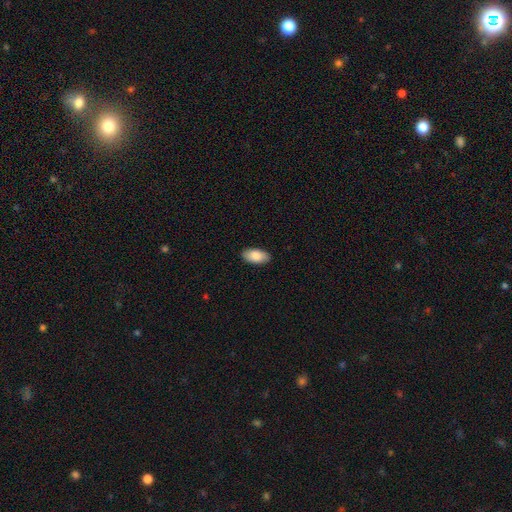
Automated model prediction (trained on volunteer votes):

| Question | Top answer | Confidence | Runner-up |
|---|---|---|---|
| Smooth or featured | smooth | 86% | featured or disk (8%) |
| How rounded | in between | 95% | cigar-shaped (3%) |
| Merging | none | 90% | minor disturbance (8%) |